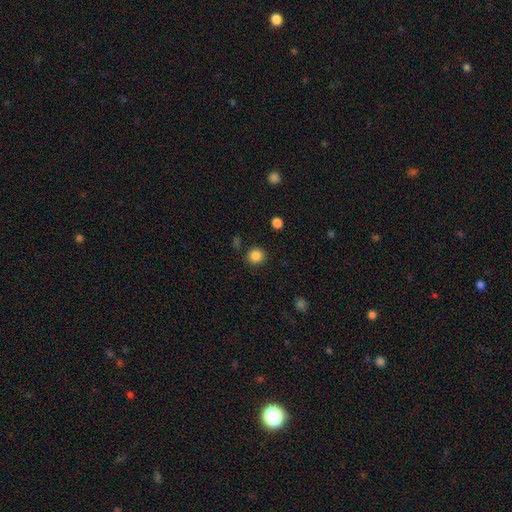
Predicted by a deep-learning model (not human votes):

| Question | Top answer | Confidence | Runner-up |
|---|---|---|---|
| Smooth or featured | smooth | 85% | star or artifact (11%) |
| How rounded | round | 91% | in between (8%) |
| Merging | none | 88% | minor disturbance (7%) |